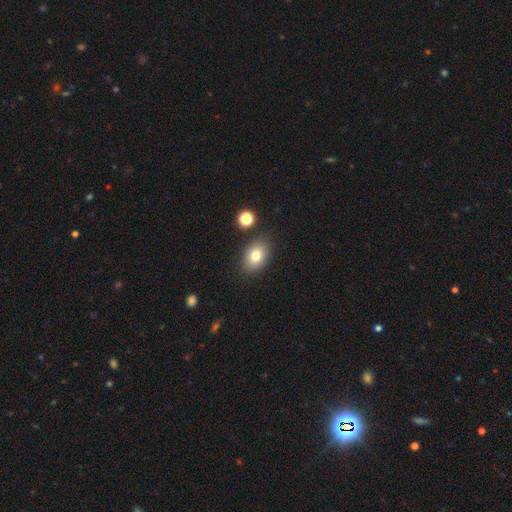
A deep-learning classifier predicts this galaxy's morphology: Smooth or featured: smooth — 80% (featured or disk — 10%)
How rounded: in between — 79% (round — 20%)
Merging: none — 83% (minor disturbance — 11%)